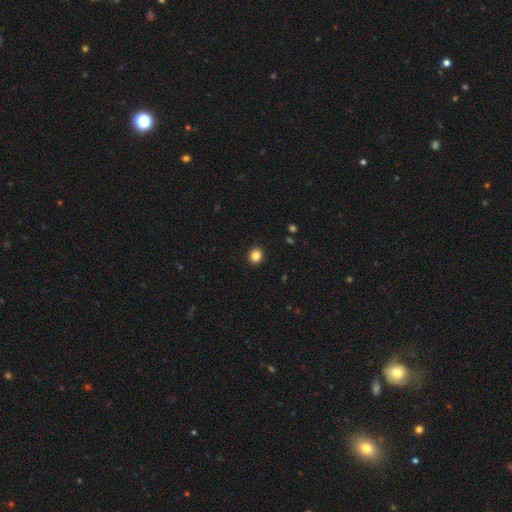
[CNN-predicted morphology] A smooth galaxy with no disk features (85%) that is round (87%).

Vote fractions:
- Smooth or featured? smooth: 85% / star or artifact: 11% / featured or disk: 4%
- How rounded? round: 87% / in between: 12% / cigar-shaped: 1%
- Merging? none: 92% / minor disturbance: 5% / major disturbance: 2% / merger: 1%